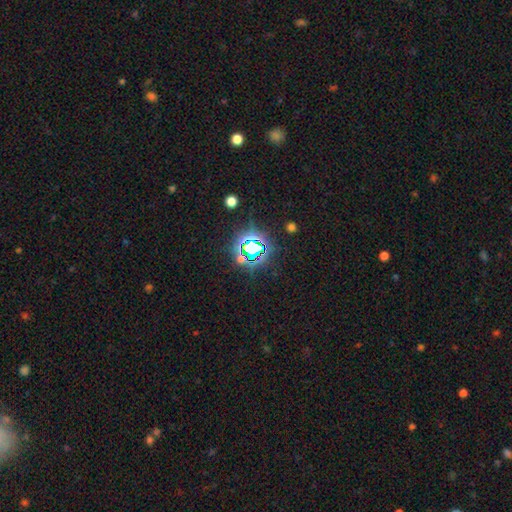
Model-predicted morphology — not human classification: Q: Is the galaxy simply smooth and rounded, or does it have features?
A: star or artifact — 78%.